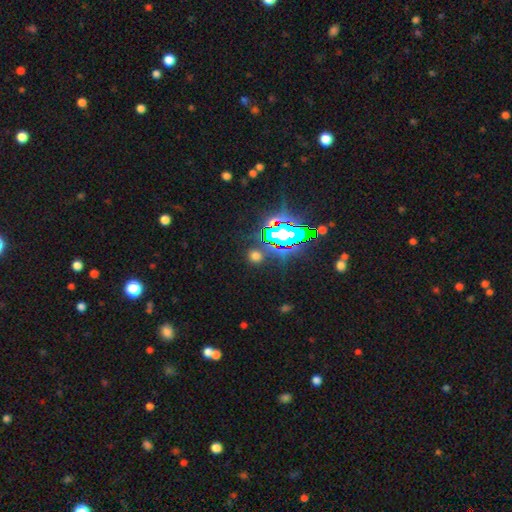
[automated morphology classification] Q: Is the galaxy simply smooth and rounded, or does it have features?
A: smooth — 50%.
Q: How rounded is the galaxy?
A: round — 83%.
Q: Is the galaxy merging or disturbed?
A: none — 82%.